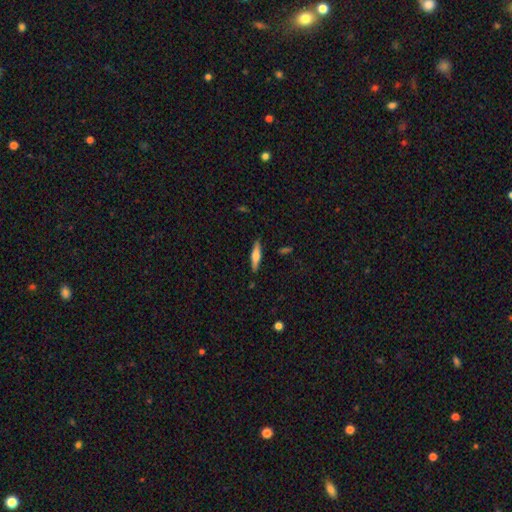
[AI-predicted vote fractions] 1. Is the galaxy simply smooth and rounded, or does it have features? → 55% smooth, 39% featured or disk, 6% star or artifact.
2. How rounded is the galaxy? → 77% cigar-shaped, 21% in between, 2% round.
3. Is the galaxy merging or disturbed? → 87% none, 9% minor disturbance, 2% major disturbance, 1% merger.